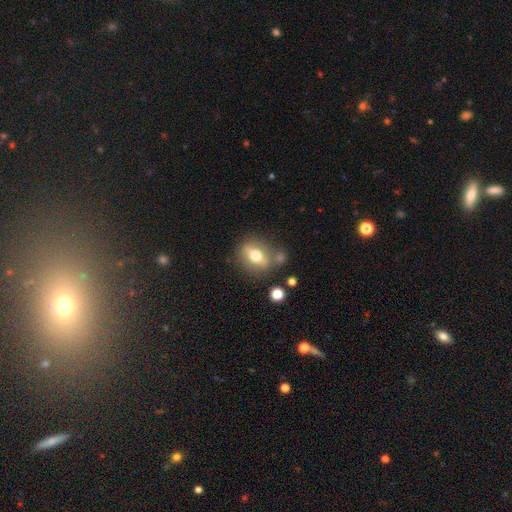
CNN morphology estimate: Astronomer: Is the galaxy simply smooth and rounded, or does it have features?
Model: smooth — 46% (runner-up: featured or disk, 45%).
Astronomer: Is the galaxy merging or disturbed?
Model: none — 72%.